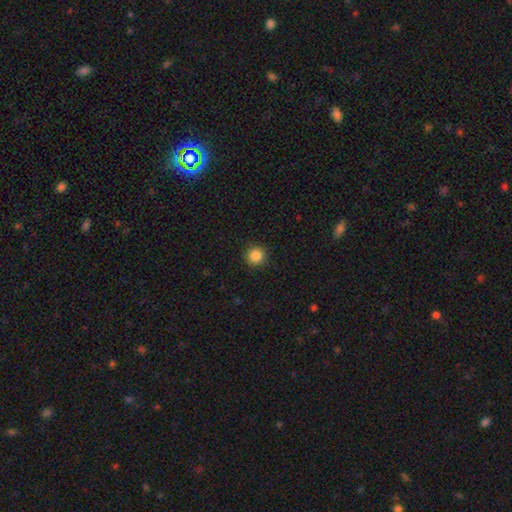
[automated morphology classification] Smooth or featured?
  - smooth: 86% *
  - star or artifact: 10%
  - featured or disk: 4%
How rounded?
  - round: 95% *
  - in between: 4%
  - cigar-shaped: 1%
Merging?
  - none: 92% *
  - minor disturbance: 5%
  - major disturbance: 2%
  - merger: 1%